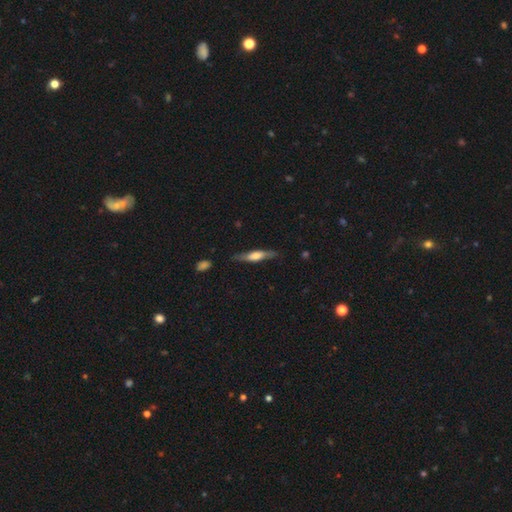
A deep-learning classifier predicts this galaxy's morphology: type=featured or disk (52%); edge-on=yes (91%); merging=none (82%).